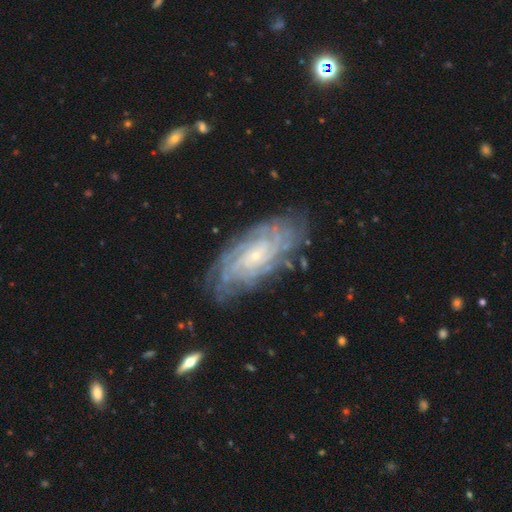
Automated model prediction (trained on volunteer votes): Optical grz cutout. It shows a featured or disk galaxy (87%) with no bar (70%), tight (79%) spiral arms (97%) and a small central bulge (84%). Merging: none (79%).